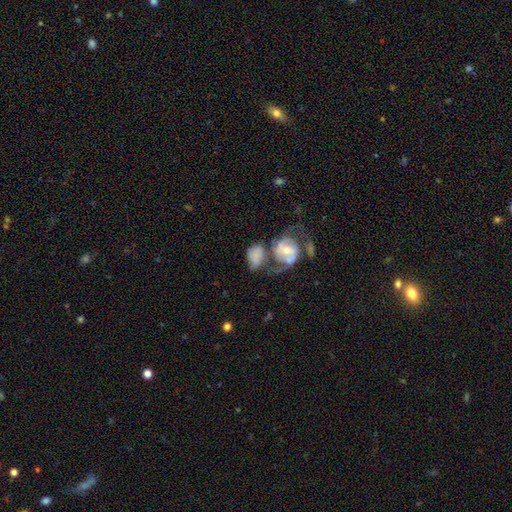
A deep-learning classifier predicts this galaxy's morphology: type=smooth (52%); roundness=in between (66%); merging=merger (39%).